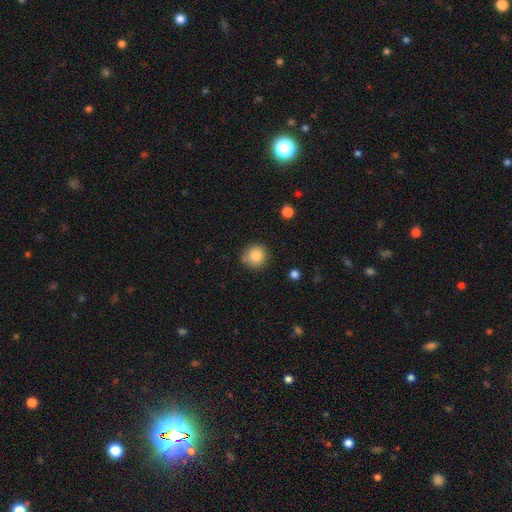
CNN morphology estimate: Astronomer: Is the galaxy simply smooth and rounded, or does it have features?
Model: smooth — 84%.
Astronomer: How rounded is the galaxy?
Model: round — 91%.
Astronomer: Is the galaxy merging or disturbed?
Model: none — 82%.